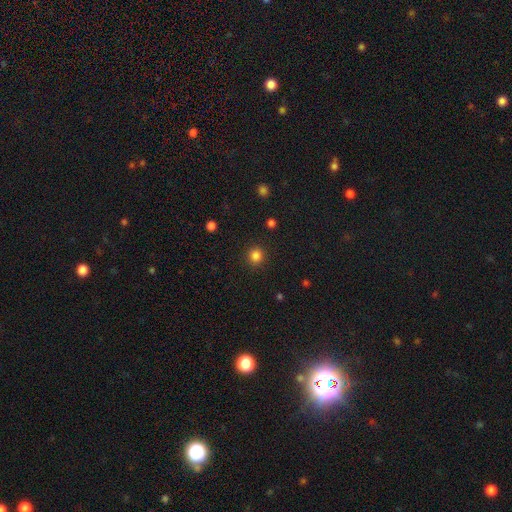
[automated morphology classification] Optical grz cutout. It shows a smooth galaxy with no disk features (83%) that is round (92%). Merging: none (91%).